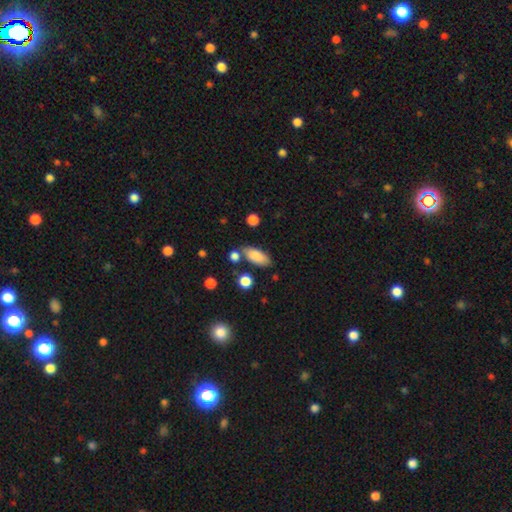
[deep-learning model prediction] Smooth or featured? Predicted: smooth (p=0.85). How rounded? Predicted: in between (p=0.85). Merging? Predicted: none (p=0.71).